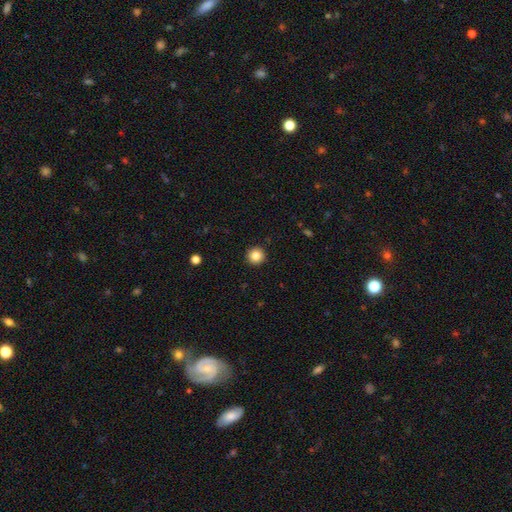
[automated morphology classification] smooth-or-featured: smooth: 85% | star or artifact: 10% | featured or disk: 5%
  how-rounded: round: 96% | in between: 3% | cigar-shaped: 1%
  merging: none: 93% | minor disturbance: 4% | major disturbance: 1% | merger: 1%